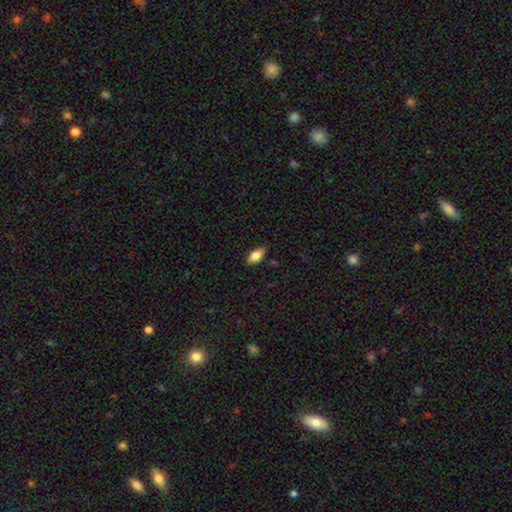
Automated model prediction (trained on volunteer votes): Q: Smooth or featured?
A: smooth (80%); runner-up: featured or disk (12%)
Q: How rounded?
A: in between (89%); runner-up: cigar-shaped (7%)
Q: Merging?
A: none (83%); runner-up: minor disturbance (13%)